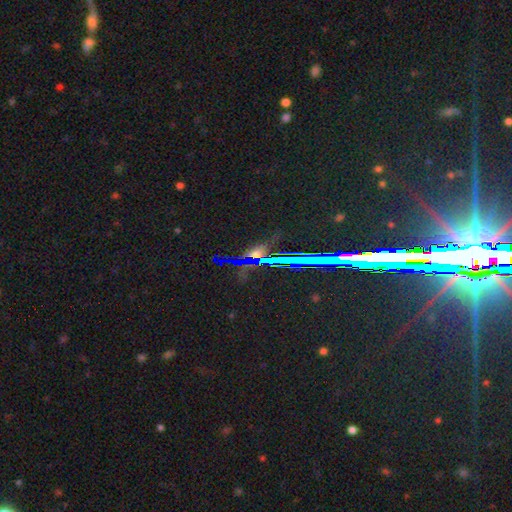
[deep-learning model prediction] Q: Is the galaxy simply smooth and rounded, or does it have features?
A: star or artifact — 68%.